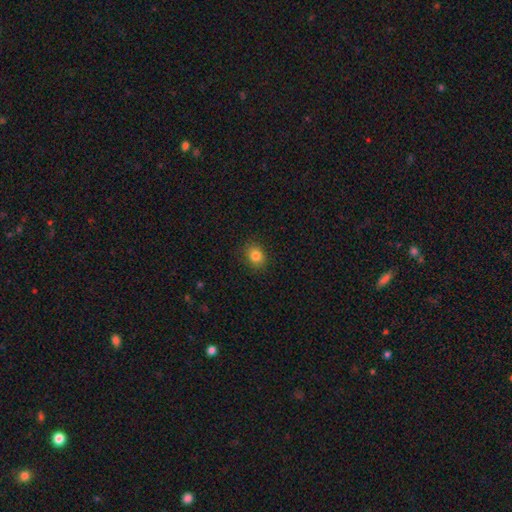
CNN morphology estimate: The model was most divided on "how rounded": round: 56%, in between: 43%, cigar-shaped: 1%. More confident: merging — none (88%); smooth or featured — smooth (83%).